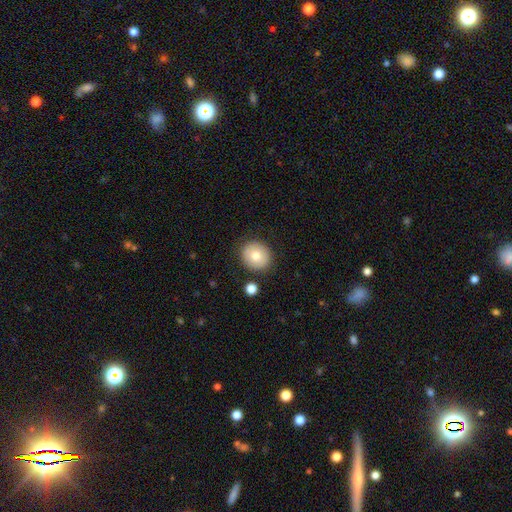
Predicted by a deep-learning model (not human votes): Smooth or featured? Predicted: smooth (p=0.77). How rounded? Predicted: round (p=0.88). Merging? Predicted: none (p=0.86).